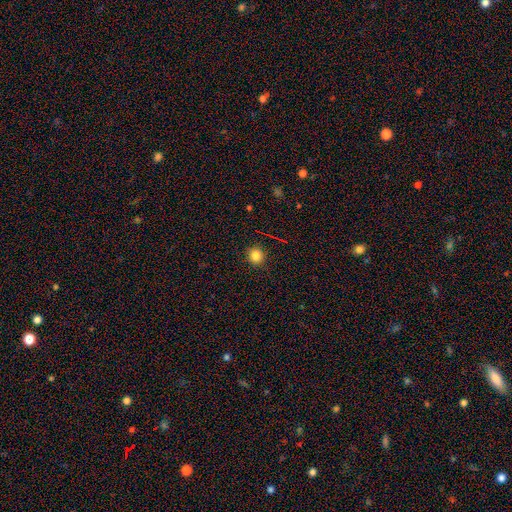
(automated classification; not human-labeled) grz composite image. It shows a smooth galaxy with no disk features (82%) that is round (91%). Merging: none (91%).